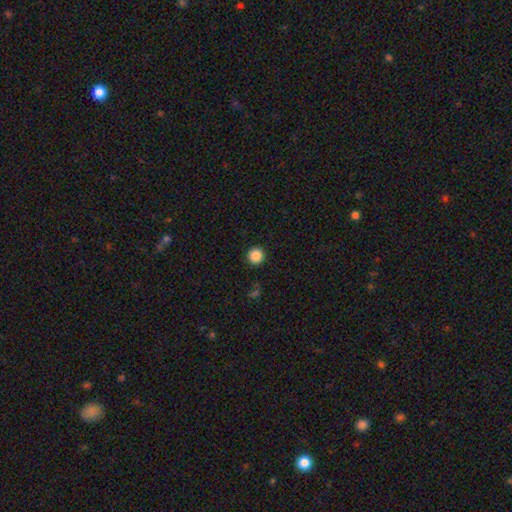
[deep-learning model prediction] Smooth or featured: smooth — 87% (star or artifact — 10%)
How rounded: round — 96% (in between — 3%)
Merging: none — 93% (minor disturbance — 5%)